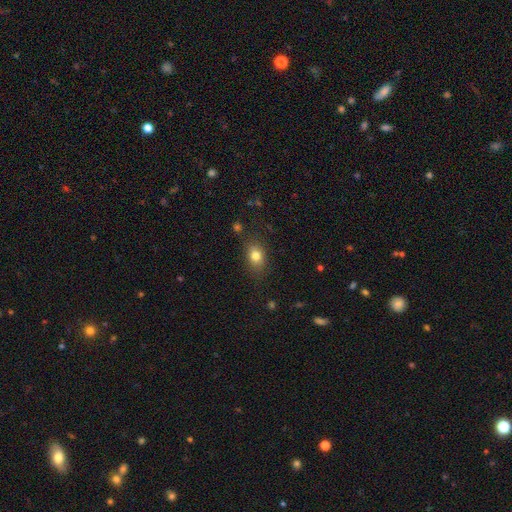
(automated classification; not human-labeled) A smooth galaxy with no disk features (79%) that is in between round and cigar-shaped (65%).

Vote fractions:
- Smooth or featured? smooth: 79% / star or artifact: 11% / featured or disk: 10%
- How rounded? in between: 65% / round: 33% / cigar-shaped: 2%
- Merging? none: 77% / minor disturbance: 16% / major disturbance: 5% / merger: 2%